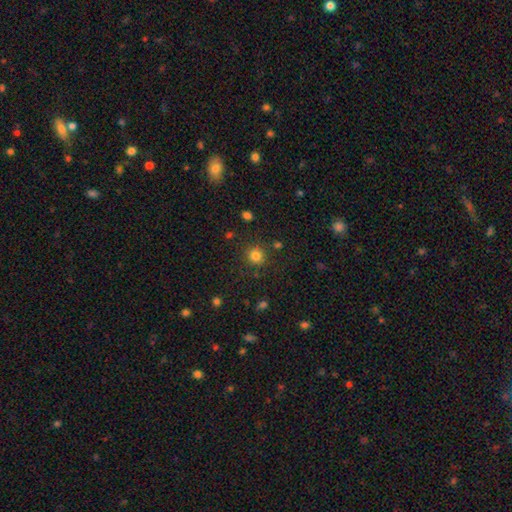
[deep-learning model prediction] smooth_or_featured: smooth (p=0.81) [alt: star or artifact p=0.14]
how_rounded: round (p=0.92) [alt: in between p=0.07]
merging: none (p=0.86) [alt: minor disturbance p=0.08]